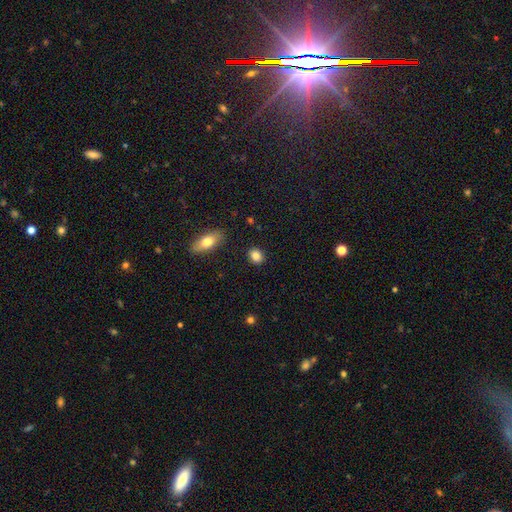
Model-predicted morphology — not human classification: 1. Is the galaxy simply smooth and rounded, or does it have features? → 86% smooth, 8% star or artifact, 5% featured or disk.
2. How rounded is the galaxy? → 54% in between, 44% round, 2% cigar-shaped.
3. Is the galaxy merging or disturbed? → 89% none, 8% minor disturbance, 2% major disturbance, 2% merger.